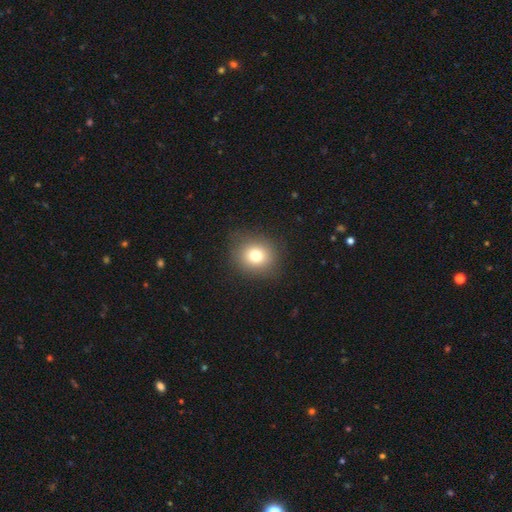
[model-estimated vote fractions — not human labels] Morphology: type=smooth (76%); roundness=round (79%); merging=none (85%).